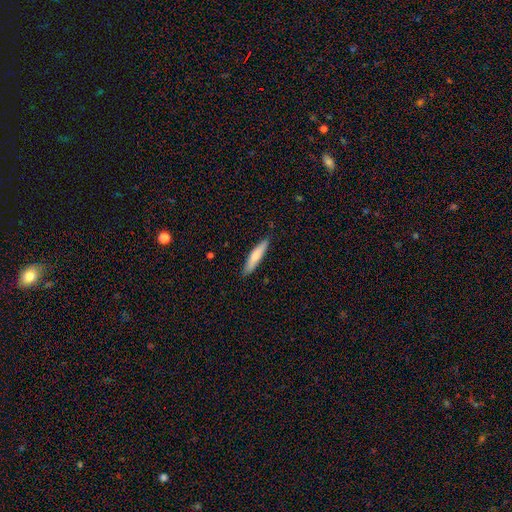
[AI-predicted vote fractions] smooth 72%, featured or disk 22%, star or artifact 5%. Down the decision tree: how rounded — cigar-shaped (84%); merging — none (87%).